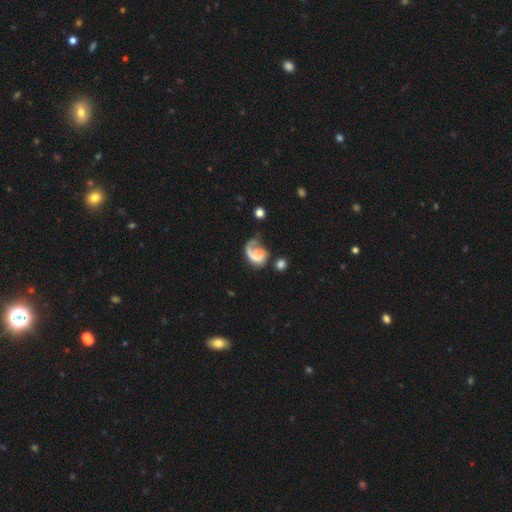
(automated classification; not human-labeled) A featured or disk galaxy (58%) with no bar (75%), spiral arms (79%) and no central bulge (47%). Merging: major disturbance (43%).